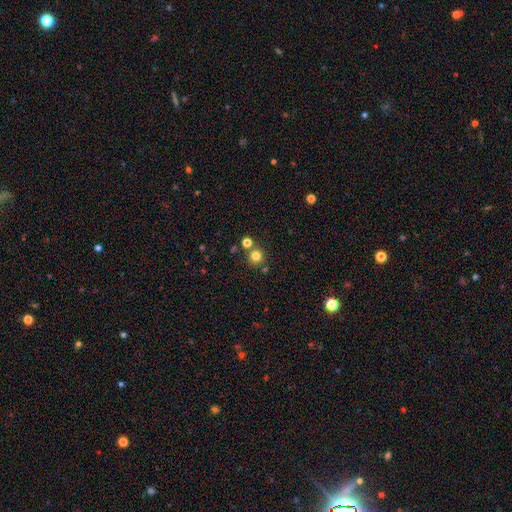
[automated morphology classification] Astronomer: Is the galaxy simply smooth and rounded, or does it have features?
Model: smooth — 79%.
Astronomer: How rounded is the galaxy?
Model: round — 93%.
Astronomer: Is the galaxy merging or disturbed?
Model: none — 76%.